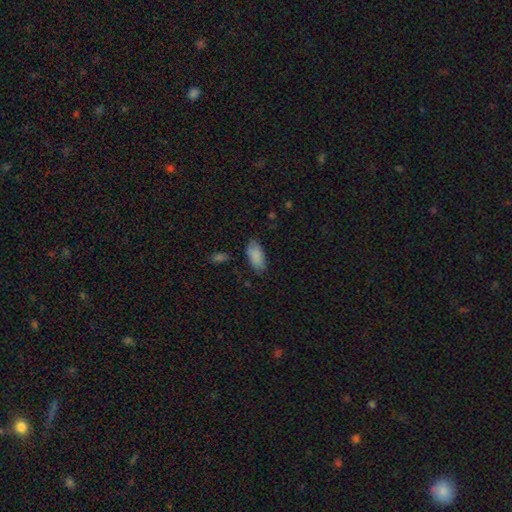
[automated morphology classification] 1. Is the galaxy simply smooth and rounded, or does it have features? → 86% smooth, 7% star or artifact, 7% featured or disk.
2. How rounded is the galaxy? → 91% in between, 6% cigar-shaped, 2% round.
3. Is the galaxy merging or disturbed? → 76% none, 18% minor disturbance, 4% major disturbance, 2% merger.